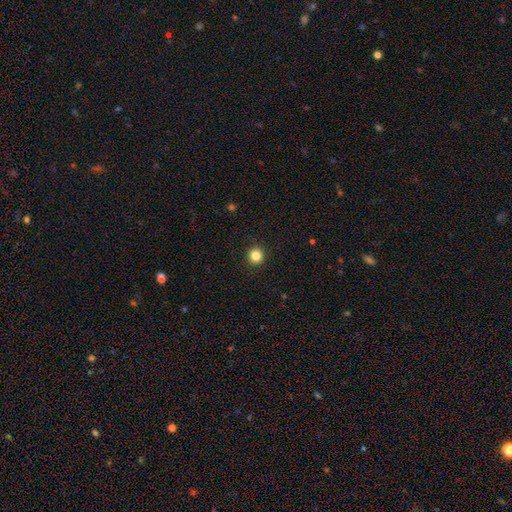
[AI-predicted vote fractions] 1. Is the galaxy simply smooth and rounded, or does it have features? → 84% smooth, 12% star or artifact, 4% featured or disk.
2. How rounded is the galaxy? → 94% round, 5% in between, 1% cigar-shaped.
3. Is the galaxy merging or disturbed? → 92% none, 5% minor disturbance, 2% major disturbance, 1% merger.